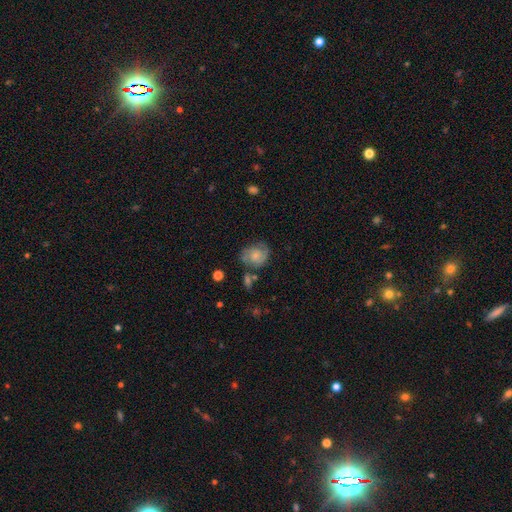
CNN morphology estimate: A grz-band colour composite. It shows a smooth galaxy with no disk features (48%). Merging: none (57%).